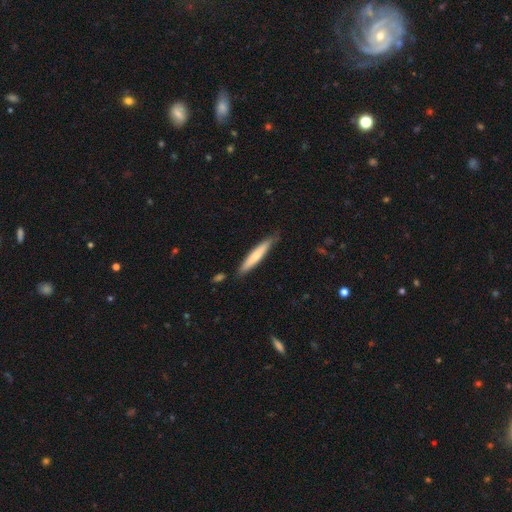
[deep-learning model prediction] Smooth or featured?
  - smooth: 64% *
  - featured or disk: 31%
  - star or artifact: 5%
How rounded?
  - cigar-shaped: 92% *
  - in between: 7%
  - round: 1%
Merging?
  - none: 82% *
  - minor disturbance: 14%
  - merger: 3%
  - major disturbance: 2%